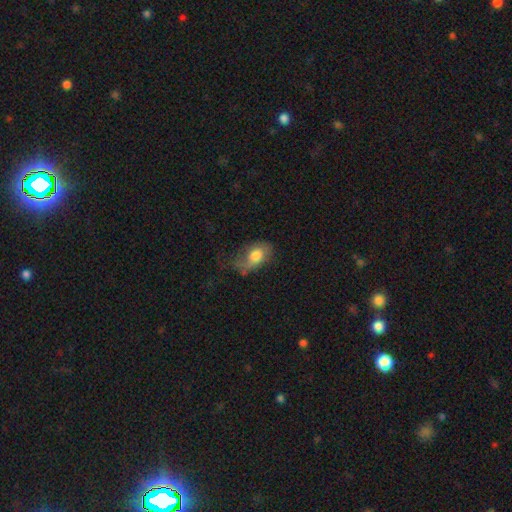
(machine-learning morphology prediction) smooth_or_featured: smooth (p=0.68) [alt: featured or disk p=0.24]
how_rounded: in between (p=0.86) [alt: round p=0.12]
merging: none (p=0.43) [alt: minor disturbance p=0.33]